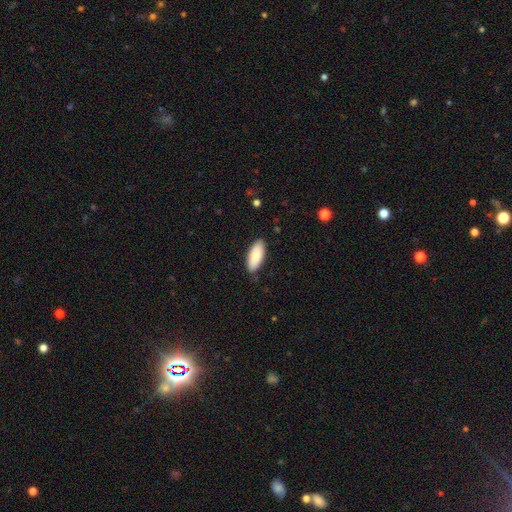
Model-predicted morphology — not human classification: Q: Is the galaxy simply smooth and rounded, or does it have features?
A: smooth — 83%.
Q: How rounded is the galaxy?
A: in between — 84%.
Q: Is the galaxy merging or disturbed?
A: none — 84%.